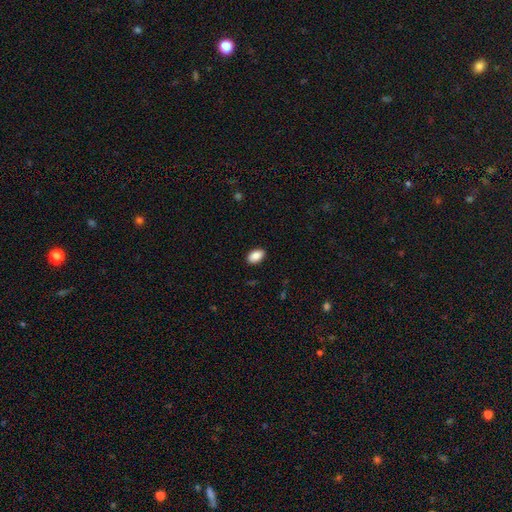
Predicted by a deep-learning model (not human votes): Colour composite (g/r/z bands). It shows a smooth galaxy with no disk features (89%) that is in between round and cigar-shaped (93%). Merging: none (89%).